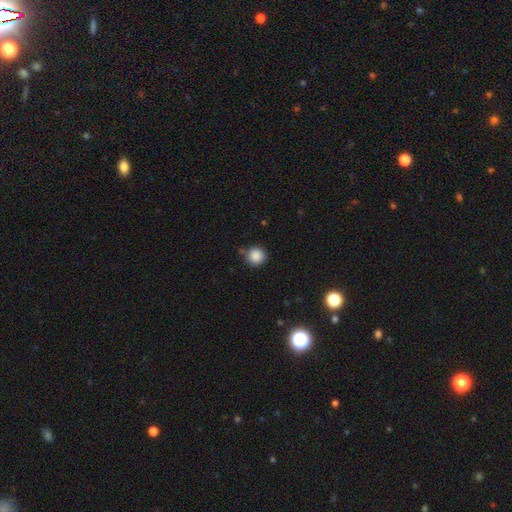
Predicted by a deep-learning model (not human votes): Smooth or featured? smooth (87%)
How rounded? round (93%)
Merging? none (76%)